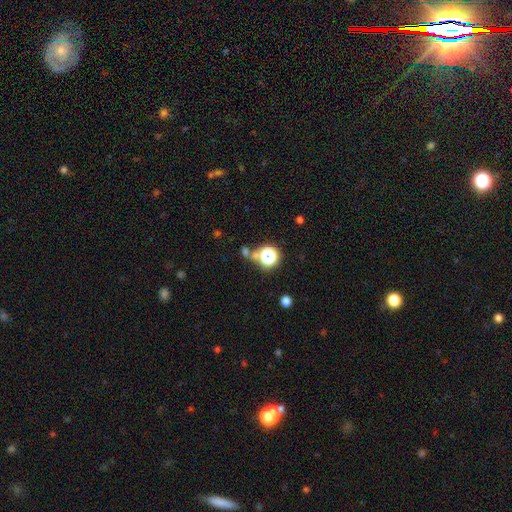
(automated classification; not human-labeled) Q: Smooth or featured?
A: star or artifact (61%); runner-up: smooth (30%)